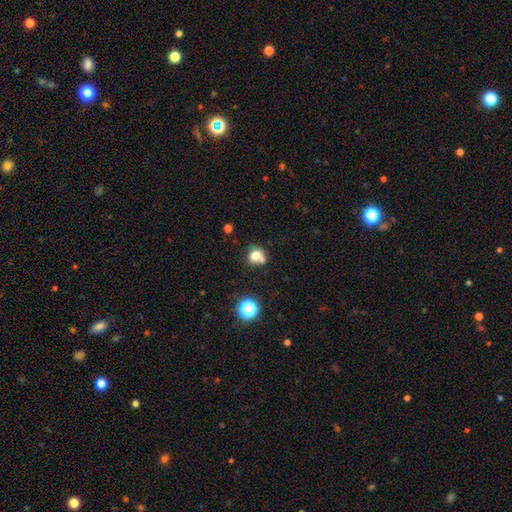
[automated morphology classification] A smooth galaxy with no disk features (72%) that is round (67%).

Vote fractions:
- Smooth or featured? smooth: 72% / featured or disk: 14% / star or artifact: 14%
- How rounded? round: 67% / in between: 32% / cigar-shaped: 1%
- Merging? none: 41% / merger: 36% / minor disturbance: 15% / major disturbance: 8%